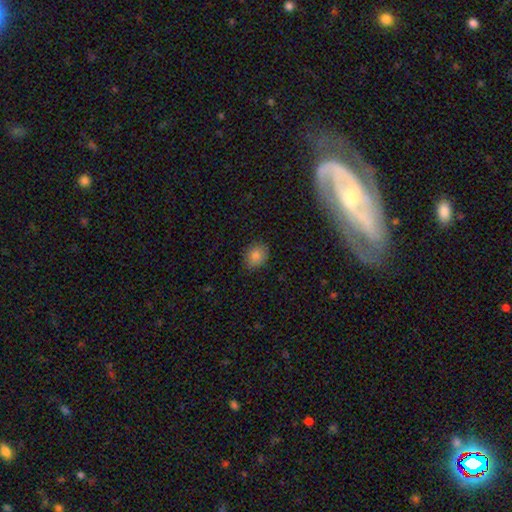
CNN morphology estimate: Smooth or featured? Predicted: smooth (p=0.83). How rounded? Predicted: in between (p=0.51). Merging? Predicted: none (p=0.85).